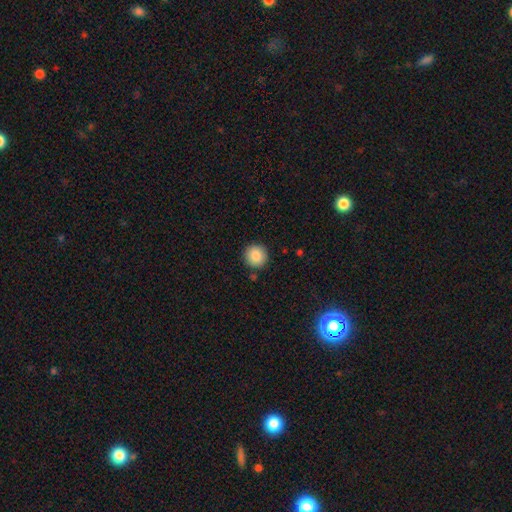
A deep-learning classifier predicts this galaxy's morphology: smooth 87%, star or artifact 8%, featured or disk 4%. Down the decision tree: how rounded — round (94%); merging — none (90%).